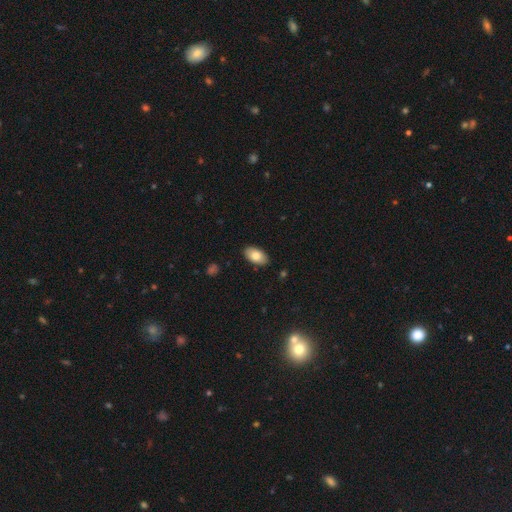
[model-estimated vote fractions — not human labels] smooth-or-featured: smooth: 81% | featured or disk: 12% | star or artifact: 7%
  how-rounded: in between: 94% | round: 4% | cigar-shaped: 2%
  merging: none: 88% | minor disturbance: 9% | major disturbance: 2% | merger: 1%